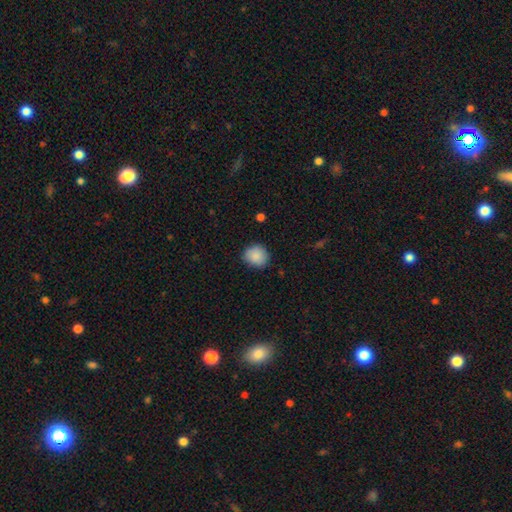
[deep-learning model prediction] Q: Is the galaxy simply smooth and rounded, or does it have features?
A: smooth — 88%.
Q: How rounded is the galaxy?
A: round — 82%.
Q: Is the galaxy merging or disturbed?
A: none — 82%.